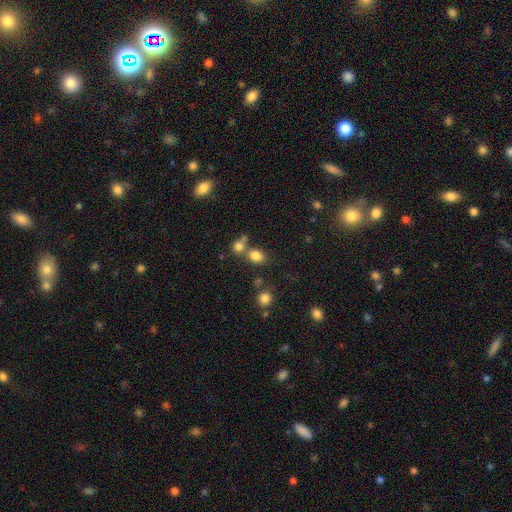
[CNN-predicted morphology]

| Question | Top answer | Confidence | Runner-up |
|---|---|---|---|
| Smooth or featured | smooth | 81% | star or artifact (13%) |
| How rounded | in between | 57% | round (42%) |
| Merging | none | 56% | merger (29%) |